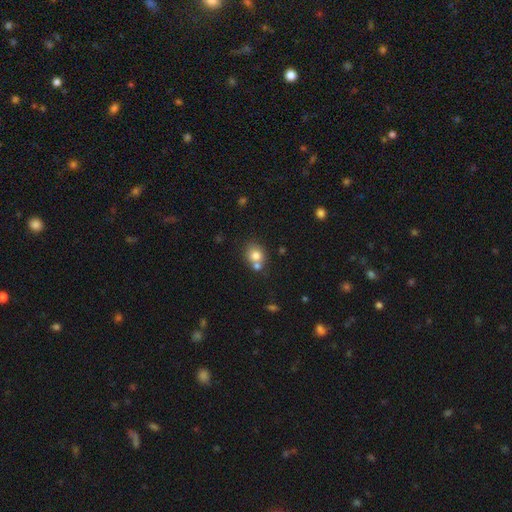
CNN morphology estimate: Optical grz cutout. It shows a smooth galaxy with no disk features (78%) that is round (73%). Merging: none (53%).